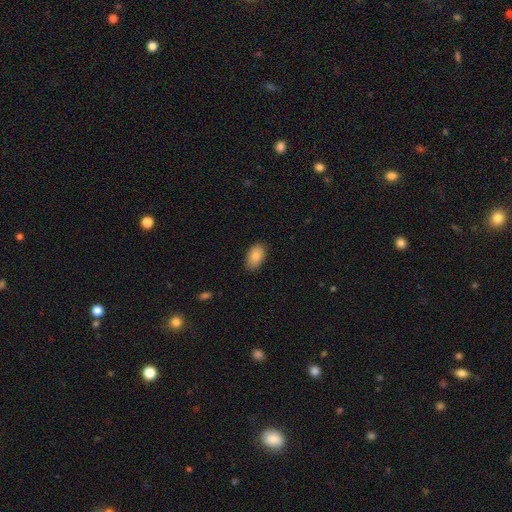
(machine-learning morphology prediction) This appears to be a smooth galaxy with no disk features (86%) that is in between round and cigar-shaped (94%). Merging: none (86%).